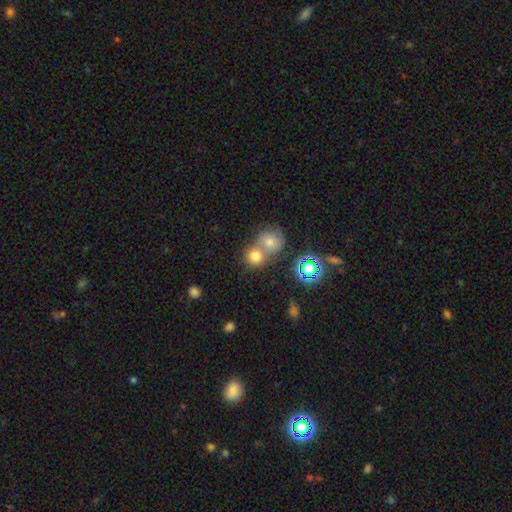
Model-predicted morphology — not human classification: smooth-or-featured: smooth: 72% | star or artifact: 15% | featured or disk: 12%
  how-rounded: round: 82% | in between: 17% | cigar-shaped: 1%
  merging: merger: 54% | none: 37% | minor disturbance: 6% | major disturbance: 3%